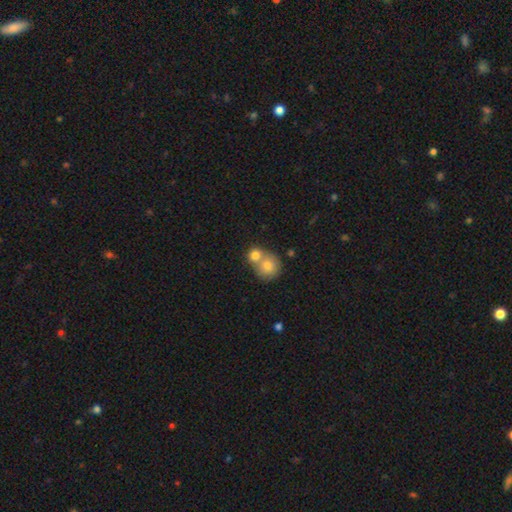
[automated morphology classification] smooth-or-featured: smooth: 76% | featured or disk: 14% | star or artifact: 10%
  how-rounded: round: 81% | in between: 18% | cigar-shaped: 1%
  merging: merger: 62% | none: 31% | minor disturbance: 5% | major disturbance: 2%